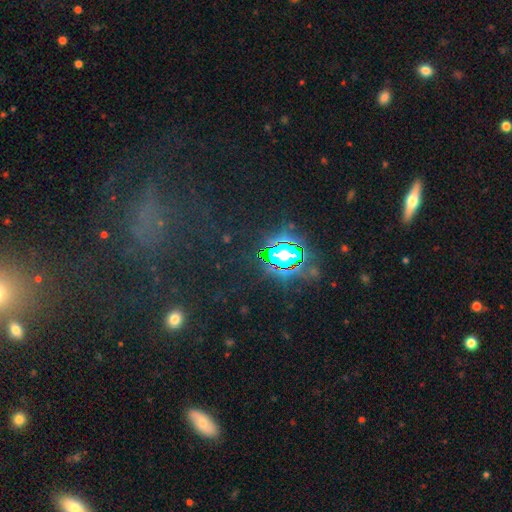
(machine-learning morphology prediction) Smooth or featured? star or artifact (68%)